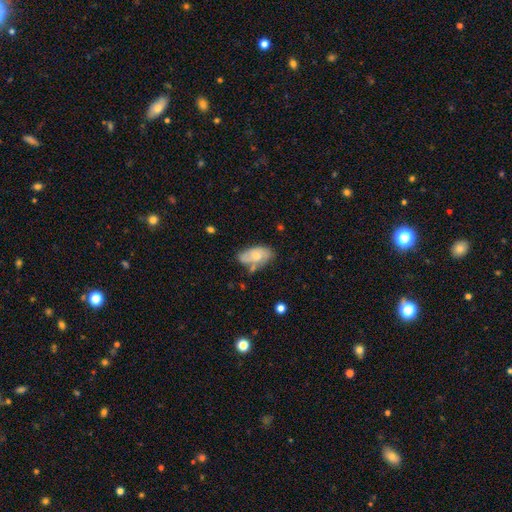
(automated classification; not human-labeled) Q: Smooth or featured?
A: smooth (58%); runner-up: featured or disk (36%)
Q: How rounded?
A: in between (93%); runner-up: round (4%)
Q: Merging?
A: none (54%); runner-up: minor disturbance (28%)